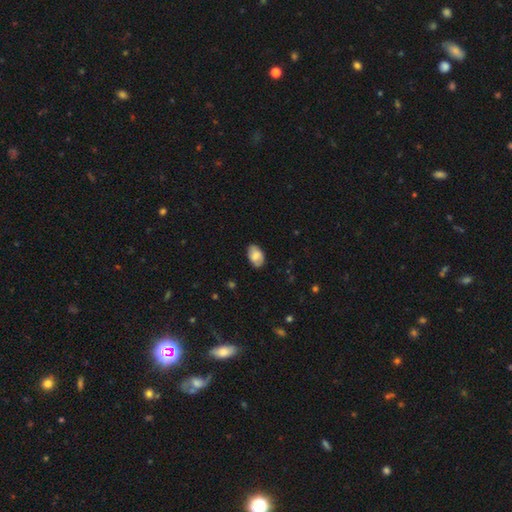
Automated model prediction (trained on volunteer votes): The model was most divided on "smooth or featured": smooth: 75%, featured or disk: 18%, star or artifact: 7%. More confident: how rounded — in between (90%); merging — none (78%).